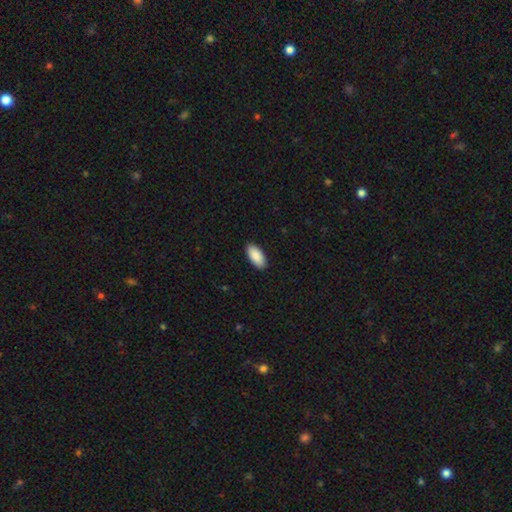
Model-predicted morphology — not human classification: A smooth galaxy with no disk features (91%) that is in between round and cigar-shaped (93%).

Vote fractions:
- Smooth or featured? smooth: 91% / star or artifact: 6% / featured or disk: 4%
- How rounded? in between: 93% / cigar-shaped: 5% / round: 2%
- Merging? none: 90% / minor disturbance: 7% / major disturbance: 2% / merger: 1%